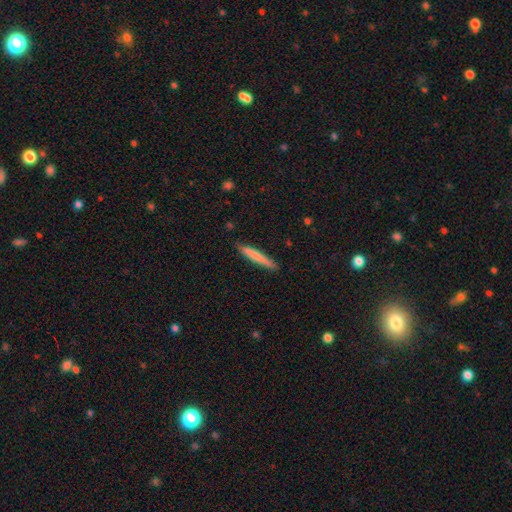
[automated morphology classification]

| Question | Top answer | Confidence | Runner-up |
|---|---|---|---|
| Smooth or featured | smooth | 72% | featured or disk (23%) |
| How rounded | cigar-shaped | 95% | in between (4%) |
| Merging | none | 87% | minor disturbance (10%) |